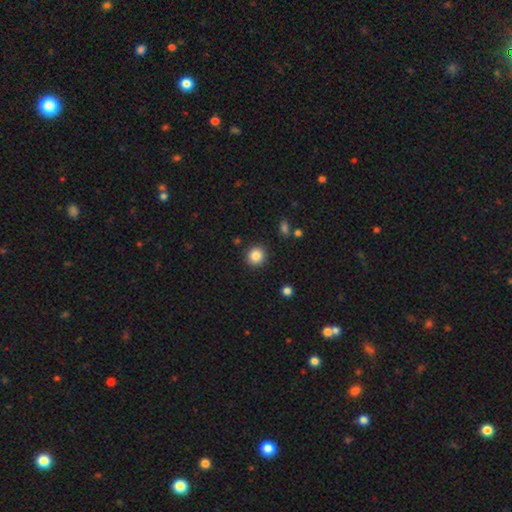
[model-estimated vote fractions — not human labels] Morphology: type=smooth (86%); roundness=round (92%); merging=none (90%).